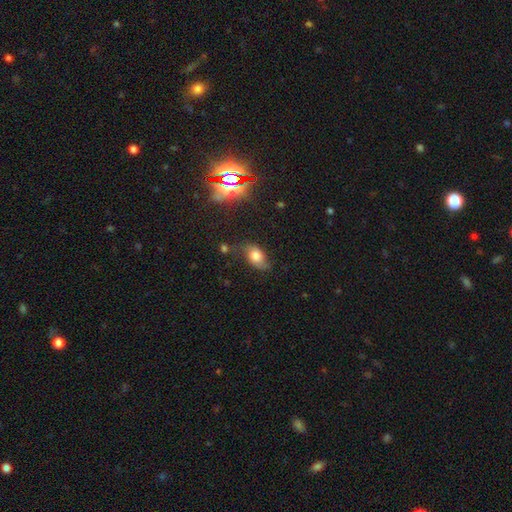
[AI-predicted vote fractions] The model was most divided on "merging": none: 56%, minor disturbance: 28%, major disturbance: 12%, merger: 4%. More confident: how rounded — in between (83%); smooth or featured — smooth (59%).